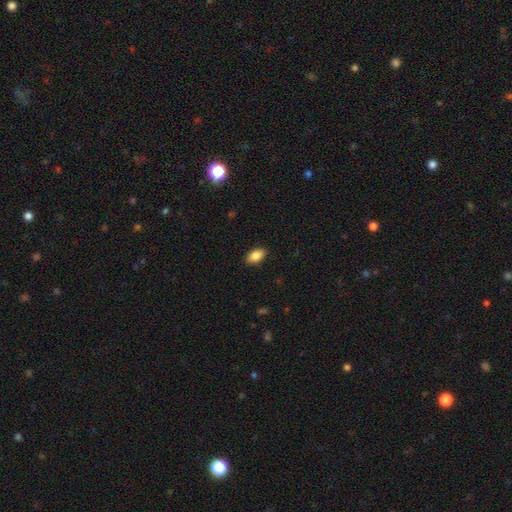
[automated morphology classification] This appears to be a smooth galaxy with no disk features (86%) that is in between round and cigar-shaped (92%). Merging: none (89%).